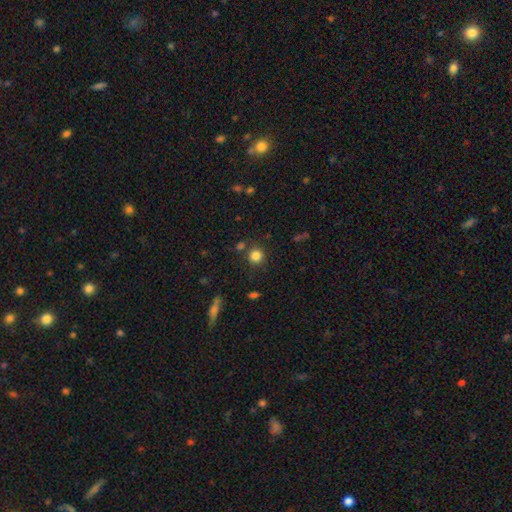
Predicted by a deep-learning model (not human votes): smooth-or-featured: smooth: 82% | star or artifact: 12% | featured or disk: 5%
  how-rounded: round: 90% | in between: 8% | cigar-shaped: 1%
  merging: none: 80% | minor disturbance: 9% | merger: 7% | major disturbance: 3%